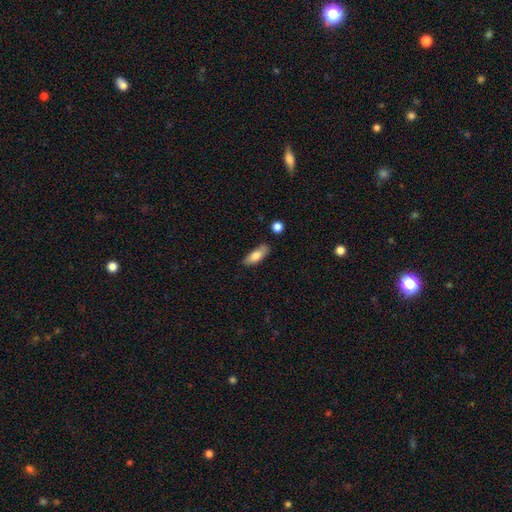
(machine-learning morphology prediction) Overall: smooth (75%). How rounded: in between (74%). Merging: none (75%).